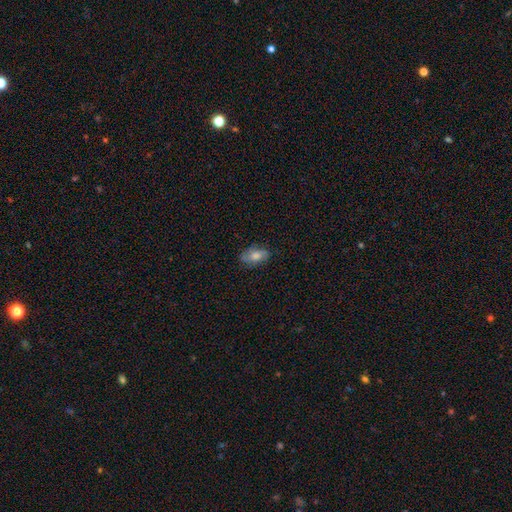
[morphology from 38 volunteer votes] smooth 71%, featured or disk 26%, star or artifact 3%. Down the decision tree: how rounded — in between (100%); merging — none (86%).